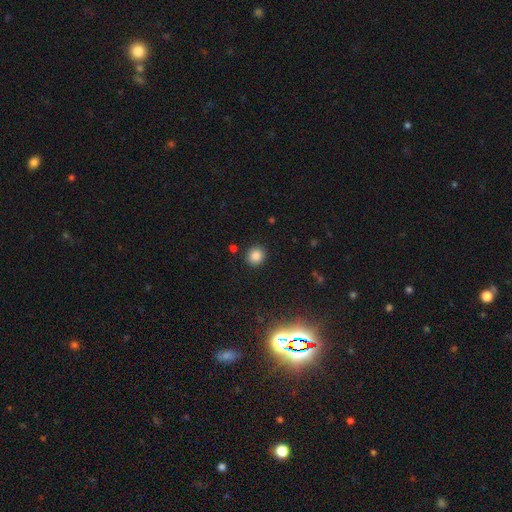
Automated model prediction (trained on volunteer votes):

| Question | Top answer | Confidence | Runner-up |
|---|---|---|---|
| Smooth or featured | smooth | 85% | star or artifact (11%) |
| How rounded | round | 87% | in between (12%) |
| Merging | none | 89% | minor disturbance (6%) |